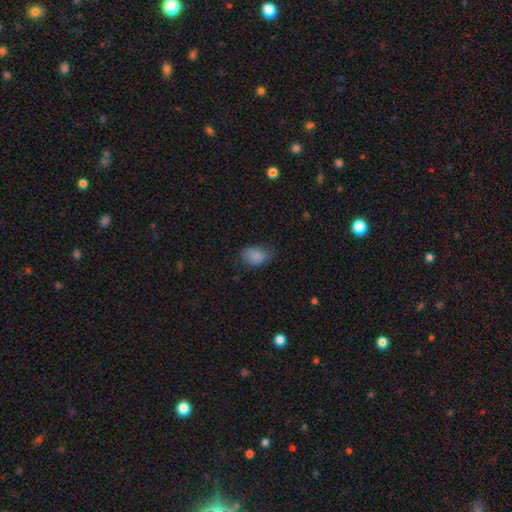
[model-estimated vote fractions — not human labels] A smooth galaxy with no disk features (86%) that is in between round and cigar-shaped (85%).

Vote fractions:
- Smooth or featured? smooth: 86% / star or artifact: 9% / featured or disk: 6%
- How rounded? in between: 85% / round: 14% / cigar-shaped: 1%
- Merging? none: 67% / minor disturbance: 26% / major disturbance: 6% / merger: 1%